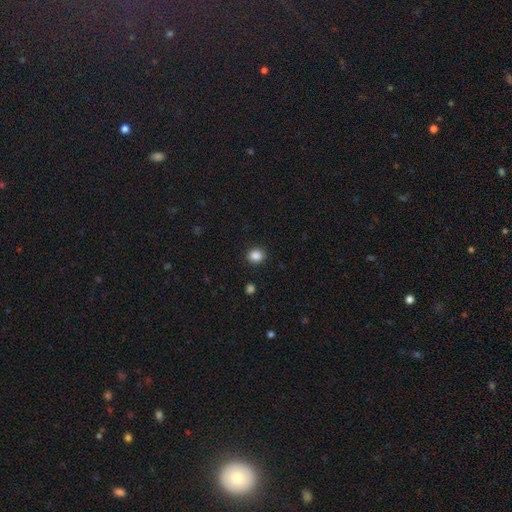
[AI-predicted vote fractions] A smooth galaxy with no disk features (86%) that is round (79%).

Vote fractions:
- Smooth or featured? smooth: 86% / star or artifact: 11% / featured or disk: 3%
- How rounded? round: 79% / in between: 20% / cigar-shaped: 1%
- Merging? none: 90% / minor disturbance: 7% / major disturbance: 2% / merger: 1%